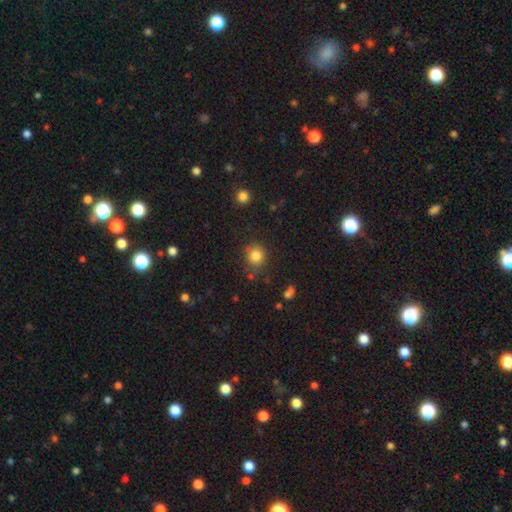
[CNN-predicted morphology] smooth_or_featured: smooth (p=0.83) [alt: star or artifact p=0.11]
how_rounded: round (p=0.85) [alt: in between p=0.14]
merging: none (p=0.76) [alt: minor disturbance p=0.15]